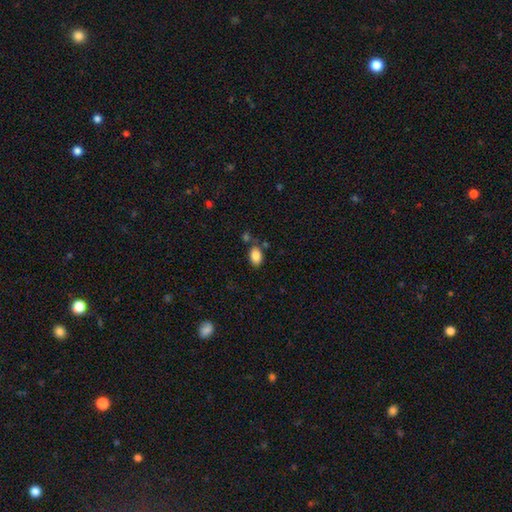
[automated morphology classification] Q: Smooth or featured?
A: smooth (87%); runner-up: star or artifact (8%)
Q: How rounded?
A: in between (87%); runner-up: round (12%)
Q: Merging?
A: none (69%); runner-up: minor disturbance (15%)